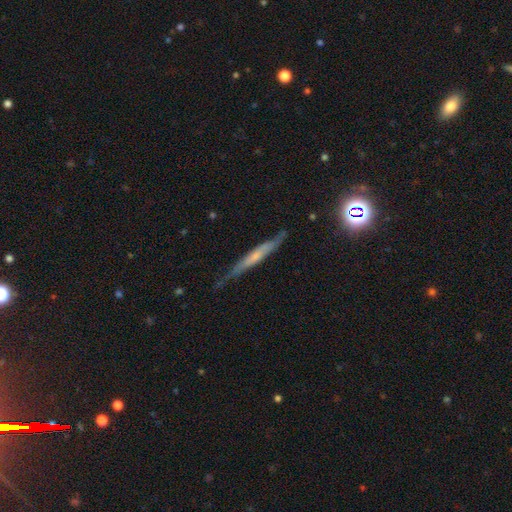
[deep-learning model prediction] This is possibly a featured or disk galaxy (56%). It is clearly viewed edge-on (89%). Merging: likely none (69%).